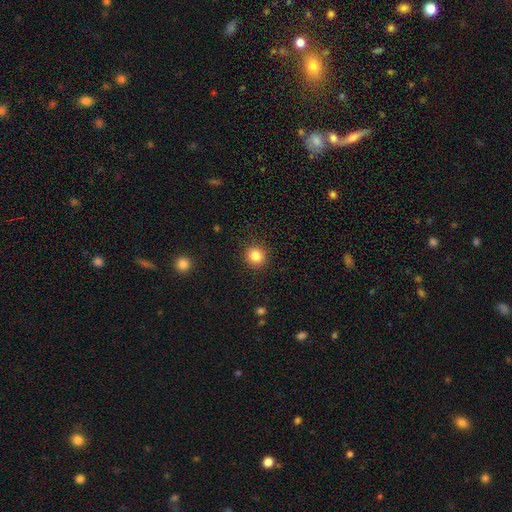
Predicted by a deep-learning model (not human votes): Morphology: type=smooth (84%); roundness=round (92%); merging=none (91%).